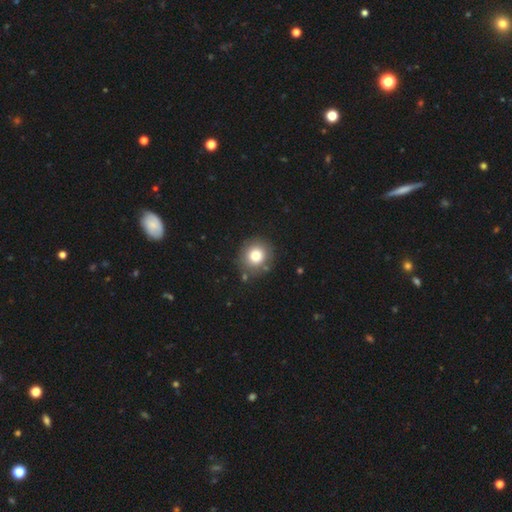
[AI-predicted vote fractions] smooth-or-featured: smooth: 79% | star or artifact: 11% | featured or disk: 11%
  how-rounded: round: 90% | in between: 9% | cigar-shaped: 1%
  merging: none: 84% | minor disturbance: 10% | major disturbance: 3% | merger: 3%